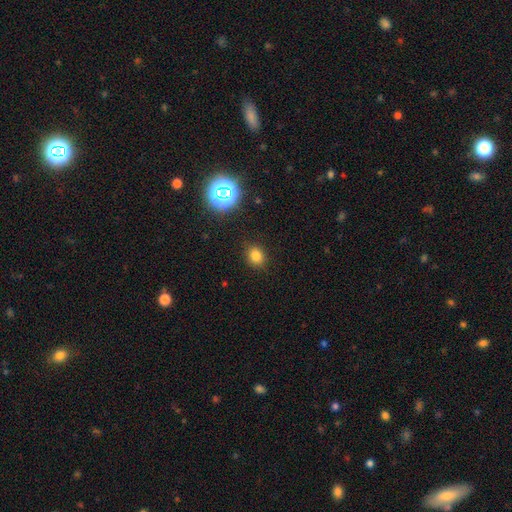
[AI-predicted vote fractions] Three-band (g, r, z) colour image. It shows a smooth galaxy with no disk features (78%) that is round (69%). Merging: none (88%).